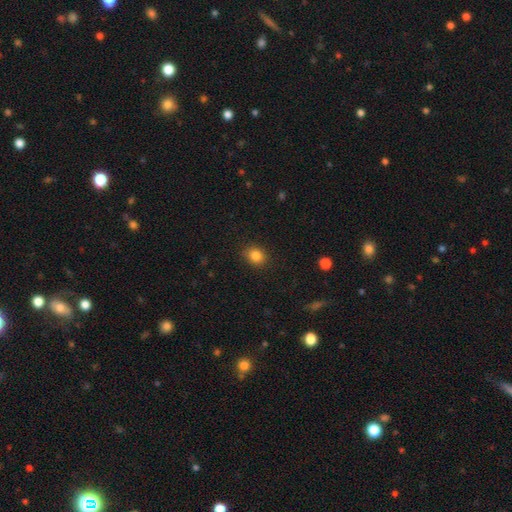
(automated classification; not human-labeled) Smooth or featured? Predicted: smooth (p=0.85). How rounded? Predicted: round (p=0.64). Merging? Predicted: none (p=0.86).